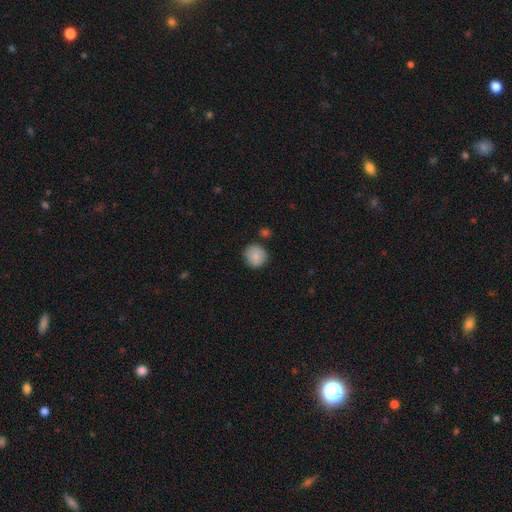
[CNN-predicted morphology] smooth 85%, featured or disk 7%, star or artifact 7%. Down the decision tree: how rounded — round (90%); merging — none (81%).